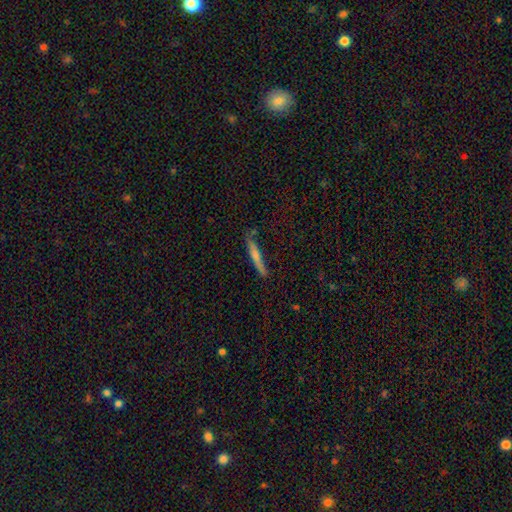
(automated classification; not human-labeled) Morphology: type=smooth (59%); roundness=cigar-shaped (94%); merging=none (77%).